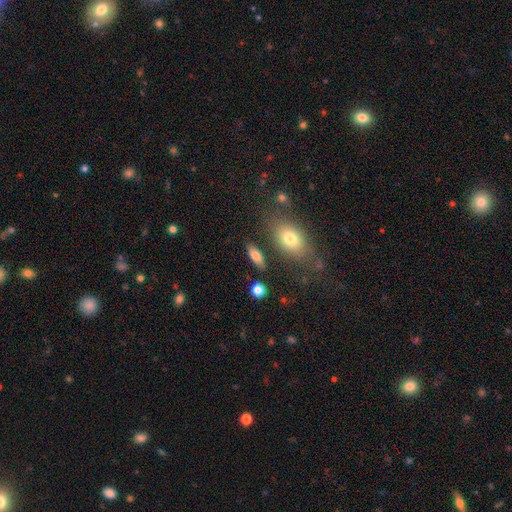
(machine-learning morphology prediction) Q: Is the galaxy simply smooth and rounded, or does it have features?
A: smooth — 79%.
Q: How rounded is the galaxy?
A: in between — 72%.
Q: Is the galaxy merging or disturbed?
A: none — 81%.